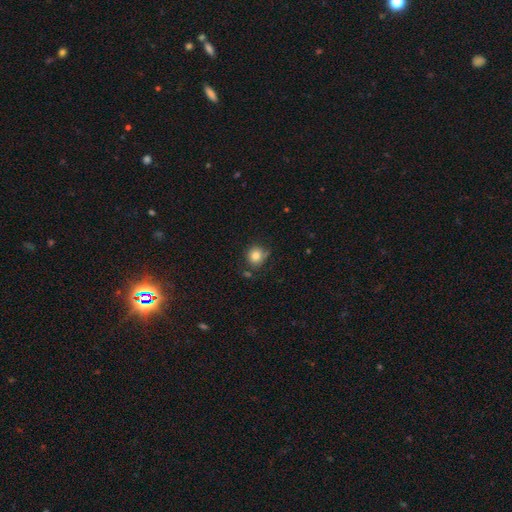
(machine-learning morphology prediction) Overall: smooth (82%). How rounded: round (85%). Merging: none (71%).